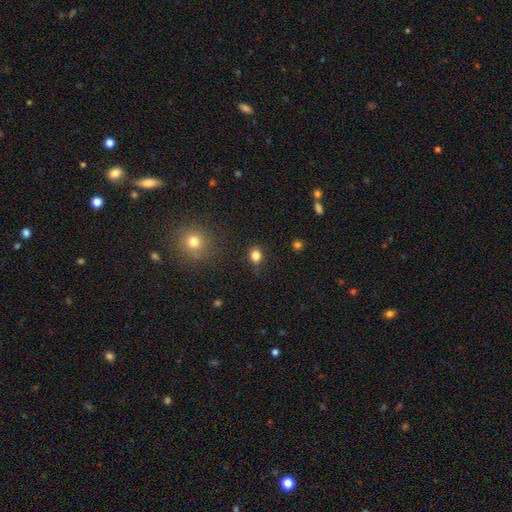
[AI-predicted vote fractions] smooth 82%, star or artifact 13%, featured or disk 5%. Down the decision tree: how rounded — round (70%); merging — none (81%).